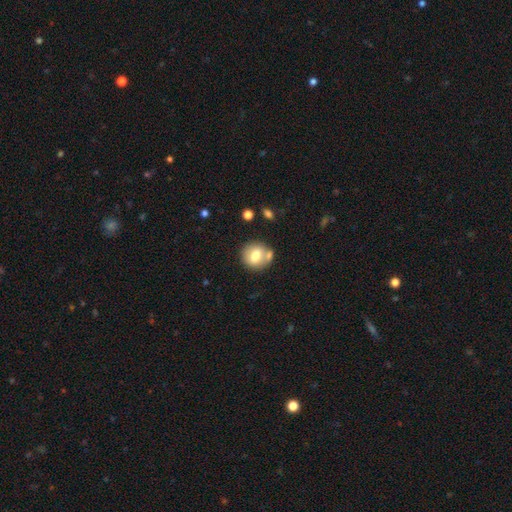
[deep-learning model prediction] smooth_or_featured: smooth (p=0.72) [alt: featured or disk p=0.20]
how_rounded: round (p=0.82) [alt: in between p=0.17]
merging: none (p=0.65) [alt: merger p=0.19]